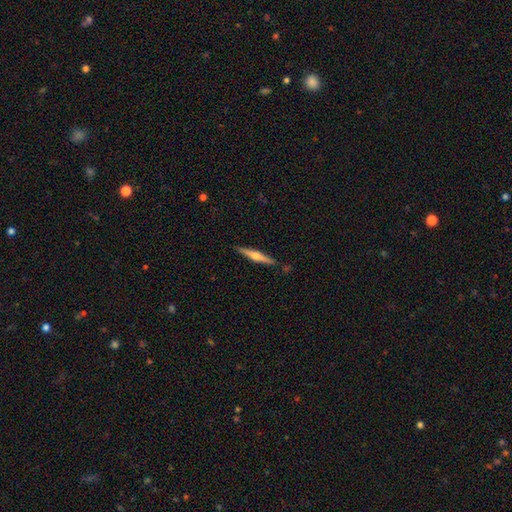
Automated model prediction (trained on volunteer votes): Q: Smooth or featured?
A: featured or disk (66%); runner-up: smooth (29%)
Q: Edge-on disk?
A: yes (98%); runner-up: no (2%)
Q: Edge-on bulge?
A: rounded (88%); runner-up: boxy (7%)
Q: Merging?
A: none (89%); runner-up: minor disturbance (8%)